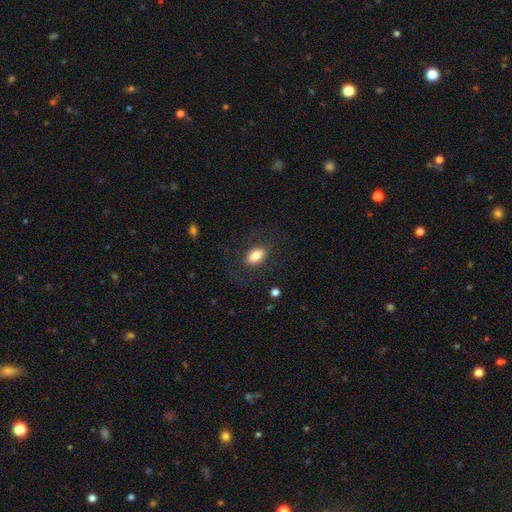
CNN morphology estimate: smooth 82%, featured or disk 10%, star or artifact 8%. Down the decision tree: how rounded — in between (89%); merging — none (81%).